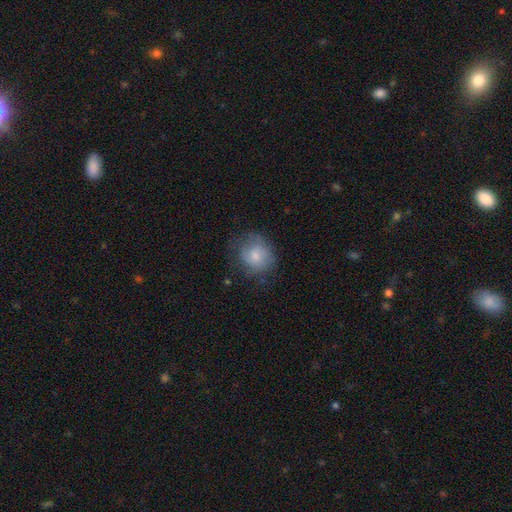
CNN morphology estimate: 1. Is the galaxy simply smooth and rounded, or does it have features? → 71% smooth, 21% featured or disk, 8% star or artifact.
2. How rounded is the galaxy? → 80% round, 19% in between, 1% cigar-shaped.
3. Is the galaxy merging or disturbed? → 61% none, 25% minor disturbance, 13% major disturbance, 1% merger.